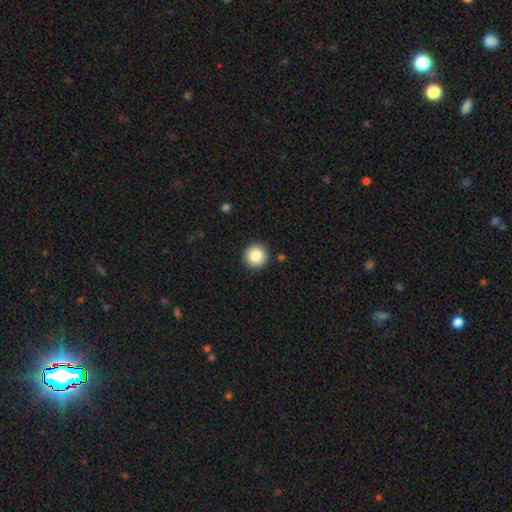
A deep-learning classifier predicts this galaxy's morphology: This appears to be a smooth galaxy with no disk features (86%) that is round (96%). Merging: none (92%).